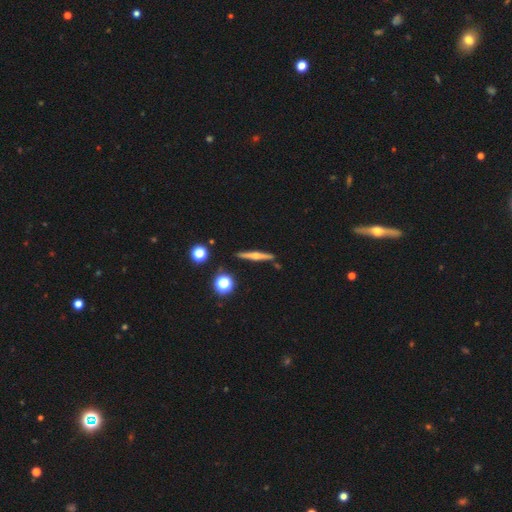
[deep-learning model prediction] Smooth or featured? Predicted: featured or disk (p=0.65). Edge-on disk? Predicted: yes (p=0.97). Edge-on bulge? Predicted: rounded (p=0.85). Merging? Predicted: none (p=0.89).